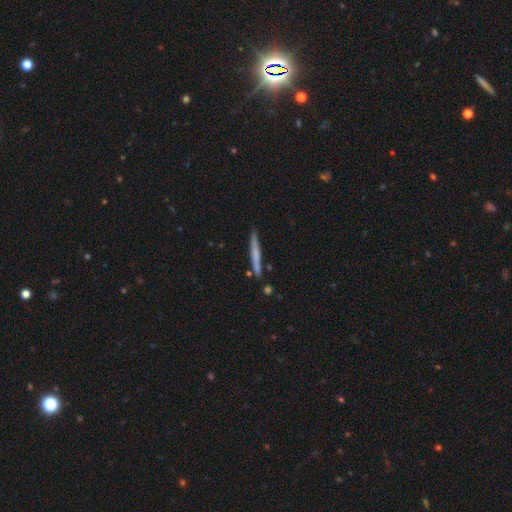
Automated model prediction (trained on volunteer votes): The model was most divided on "smooth or featured": smooth: 53%, featured or disk: 42%, star or artifact: 6%. More confident: how rounded — cigar-shaped (96%); merging — none (86%).